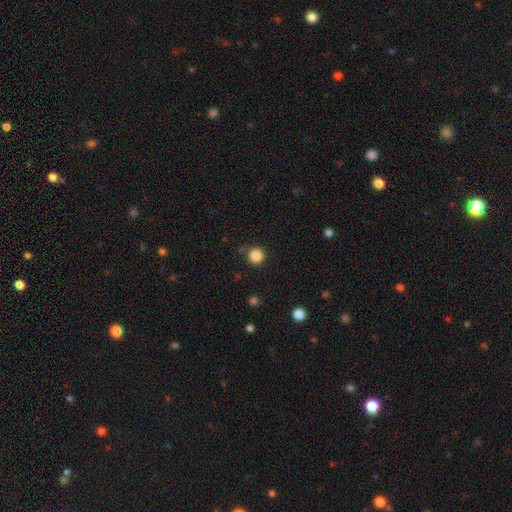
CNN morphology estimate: This appears to be a smooth galaxy with no disk features (85%) that is round (94%). Merging: none (83%).